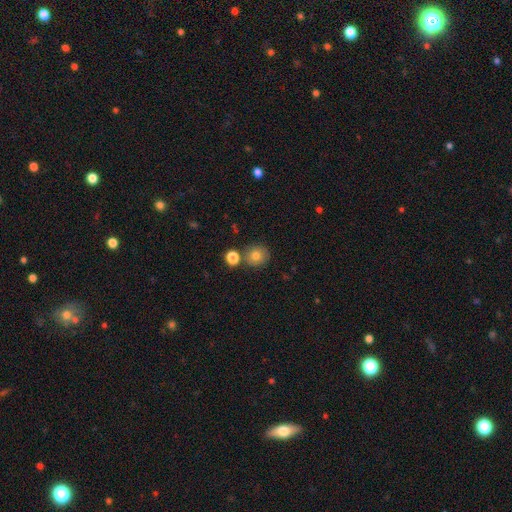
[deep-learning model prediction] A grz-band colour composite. It shows a smooth galaxy with no disk features (79%) that is round (88%). Merging: none (75%).